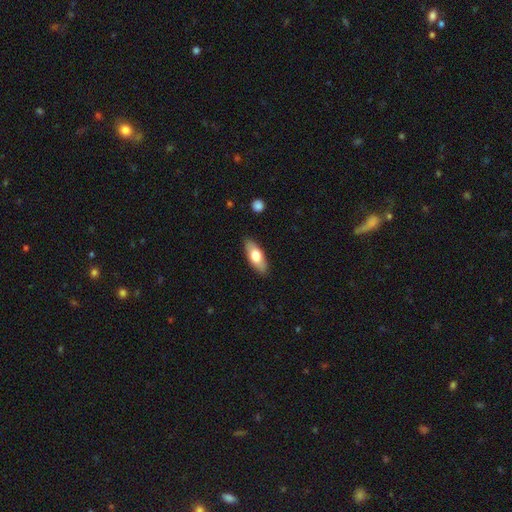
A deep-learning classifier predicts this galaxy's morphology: A smooth galaxy with no disk features (68%) that is in between round and cigar-shaped (77%). Merging: none (87%).